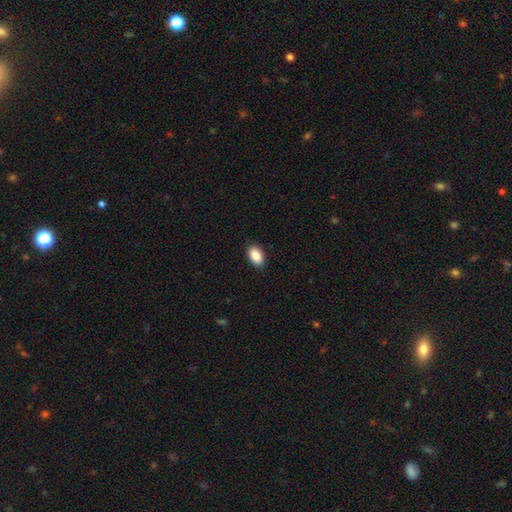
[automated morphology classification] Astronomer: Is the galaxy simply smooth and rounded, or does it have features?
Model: smooth — 89%.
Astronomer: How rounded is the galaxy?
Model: in between — 93%.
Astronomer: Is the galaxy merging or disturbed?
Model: none — 87%.